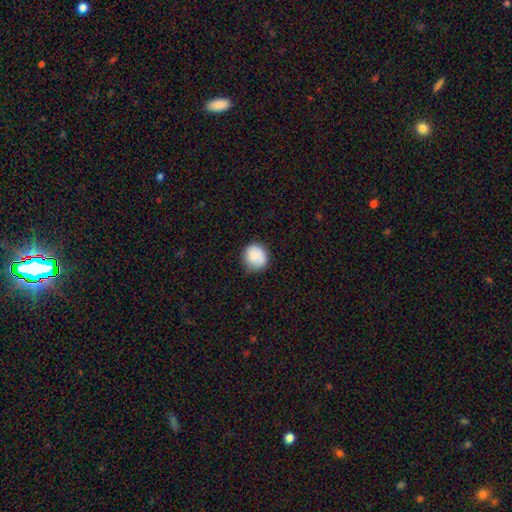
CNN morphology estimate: Smooth or featured: smooth — 86% (star or artifact — 7%)
How rounded: round — 86% (in between — 13%)
Merging: none — 76% (minor disturbance — 19%)